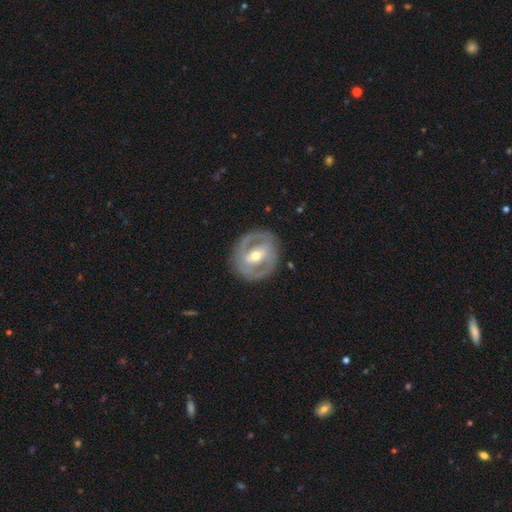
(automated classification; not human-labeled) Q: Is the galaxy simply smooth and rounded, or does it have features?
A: featured or disk — 78%.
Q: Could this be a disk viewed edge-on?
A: no — 95%.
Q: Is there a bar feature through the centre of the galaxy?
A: strong — 46%.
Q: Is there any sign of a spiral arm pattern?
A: yes — 68%.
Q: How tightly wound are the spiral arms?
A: tight — 50%.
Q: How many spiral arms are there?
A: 2 — 79%.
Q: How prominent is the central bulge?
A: moderate — 64%.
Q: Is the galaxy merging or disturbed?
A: none — 83%.